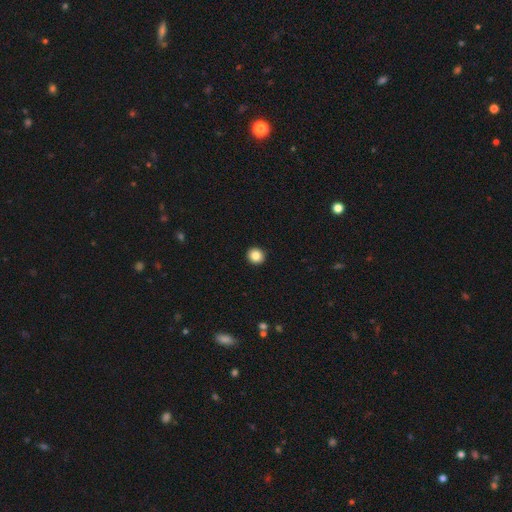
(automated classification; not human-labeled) Smooth or featured?
  - smooth: 86% *
  - star or artifact: 10%
  - featured or disk: 5%
How rounded?
  - round: 90% *
  - in between: 9%
  - cigar-shaped: 1%
Merging?
  - none: 93% *
  - minor disturbance: 4%
  - major disturbance: 1%
  - merger: 1%